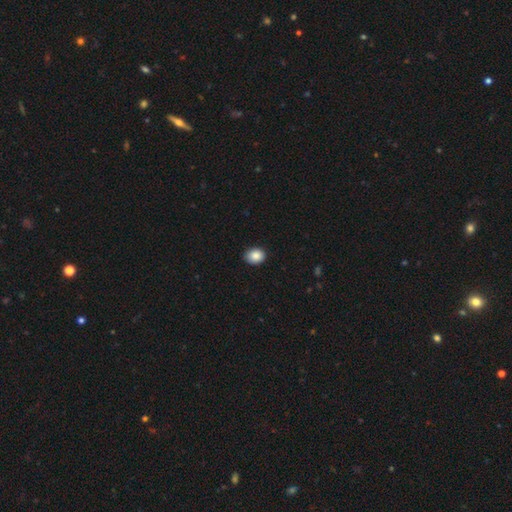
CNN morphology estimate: Smooth or featured? smooth (88%)
How rounded? round (51%)
Merging? none (86%)